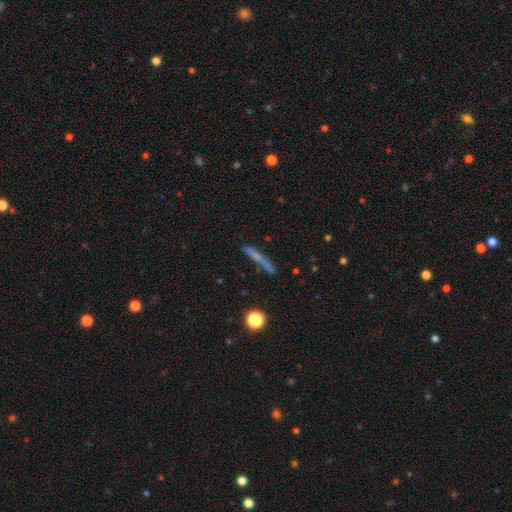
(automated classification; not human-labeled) A smooth galaxy with no disk features (48%). Merging: none (75%).